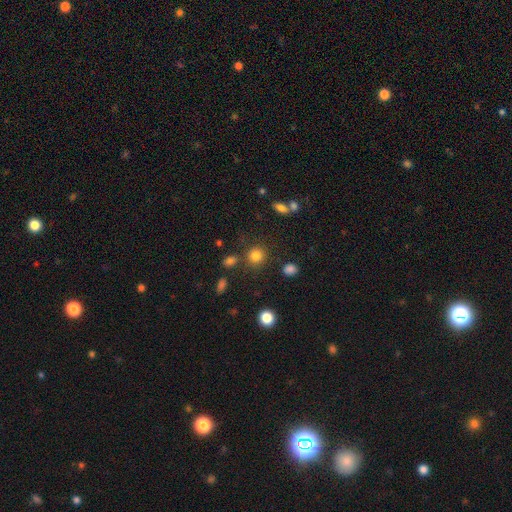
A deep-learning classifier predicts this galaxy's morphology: Smooth or featured? Predicted: smooth (p=0.81). How rounded? Predicted: round (p=0.88). Merging? Predicted: none (p=0.79).